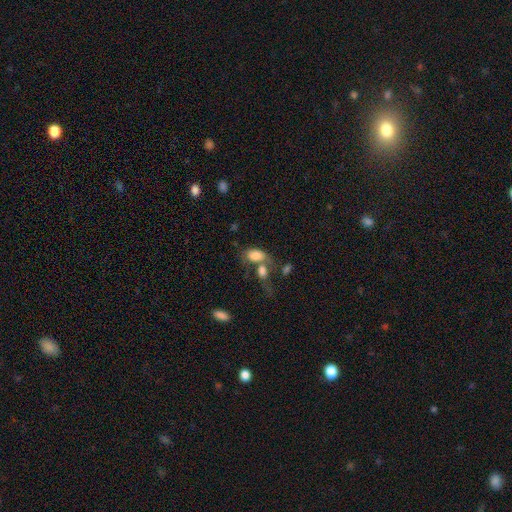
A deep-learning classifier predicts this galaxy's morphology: Smooth or featured?
  - smooth: 79% *
  - featured or disk: 12%
  - star or artifact: 9%
How rounded?
  - in between: 89% *
  - round: 9%
  - cigar-shaped: 2%
Merging?
  - merger: 48% *
  - none: 26%
  - minor disturbance: 13%
  - major disturbance: 13%